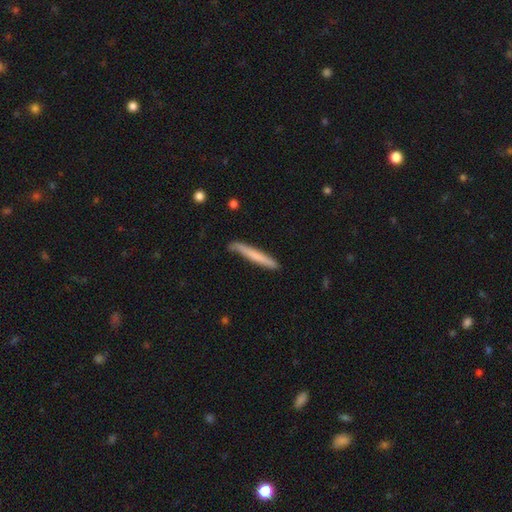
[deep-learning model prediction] This is likely a smooth galaxy (67%). How rounded: clearly cigar-shaped (96%). Merging: likely none (78%).